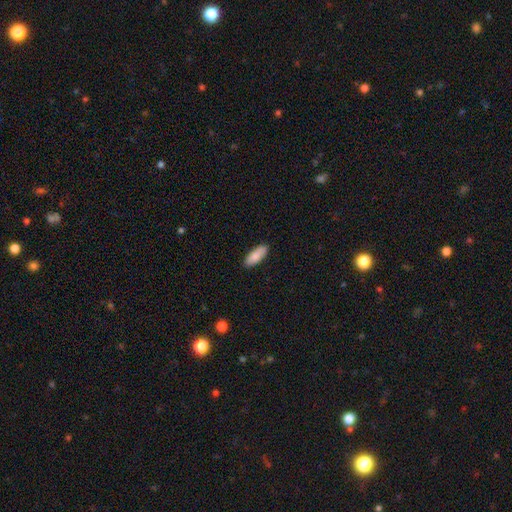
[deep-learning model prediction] The model was most divided on "how rounded": in between: 74%, cigar-shaped: 24%, round: 2%. More confident: merging — none (89%); smooth or featured — smooth (86%).